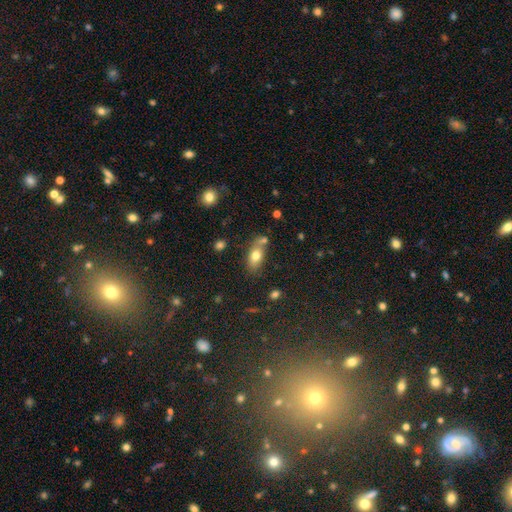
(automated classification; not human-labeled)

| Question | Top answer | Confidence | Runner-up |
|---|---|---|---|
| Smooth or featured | smooth | 74% | featured or disk (16%) |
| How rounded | in between | 83% | round (11%) |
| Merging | none | 52% | merger (26%) |